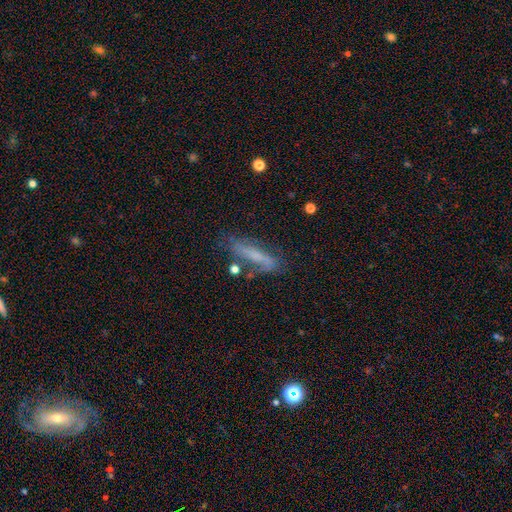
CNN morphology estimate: This appears to be a smooth galaxy with no disk features (48%). Merging: none (59%).